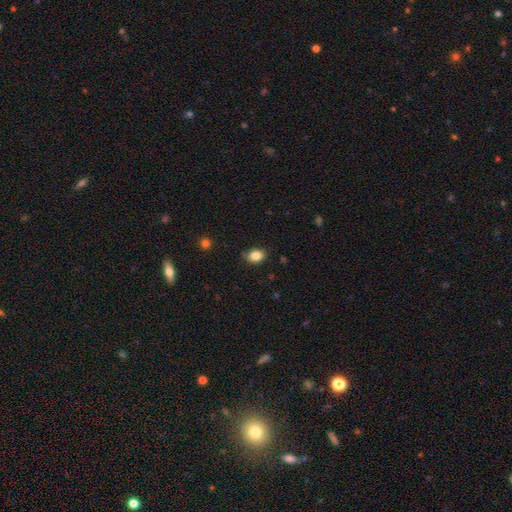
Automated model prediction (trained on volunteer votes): The model was most divided on "how rounded": in between: 72%, round: 27%, cigar-shaped: 1%. More confident: smooth or featured — smooth (85%); merging — none (82%).